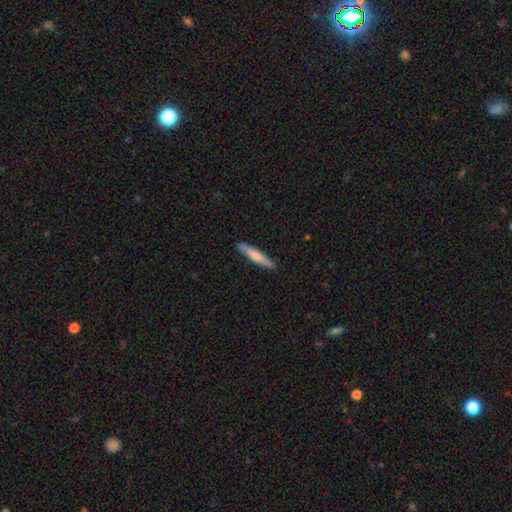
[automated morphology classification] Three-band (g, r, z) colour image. It shows a smooth galaxy with no disk features (62%) that is cigar-shaped (92%). Merging: none (89%).